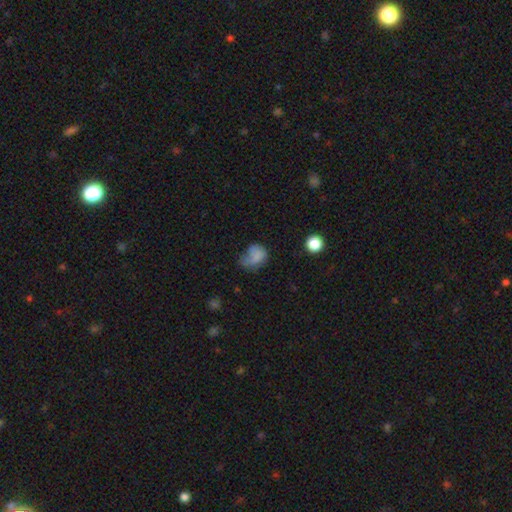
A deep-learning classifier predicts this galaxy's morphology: smooth 70%, featured or disk 18%, star or artifact 11%. Down the decision tree: how rounded — in between (60%); merging — major disturbance (38%).